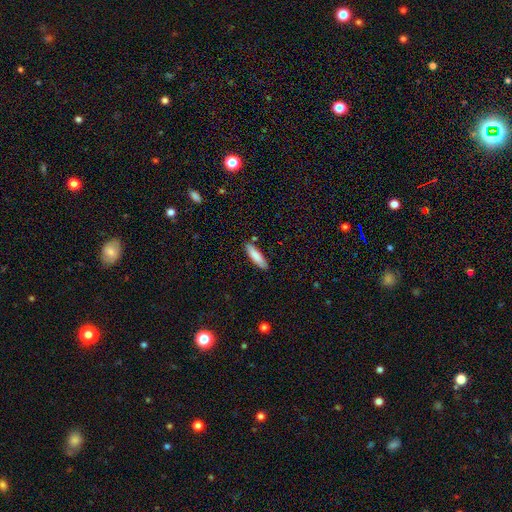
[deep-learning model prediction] A smooth galaxy with no disk features (83%) that is cigar-shaped (66%).

Vote fractions:
- Smooth or featured? smooth: 83% / featured or disk: 11% / star or artifact: 6%
- How rounded? cigar-shaped: 66% / in between: 33% / round: 1%
- Merging? none: 83% / minor disturbance: 12% / merger: 3% / major disturbance: 2%